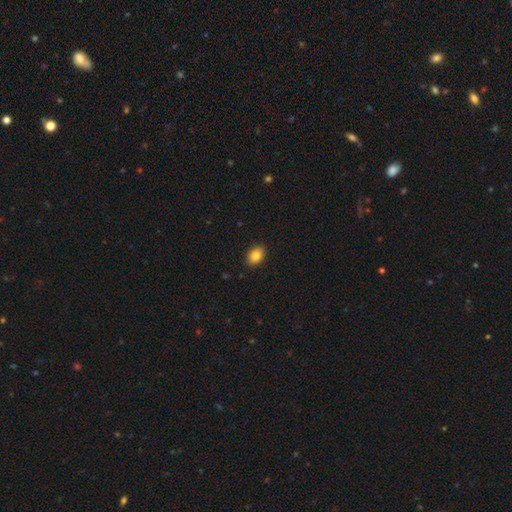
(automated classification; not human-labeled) Smooth or featured? smooth (85%)
How rounded? in between (78%)
Merging? none (90%)